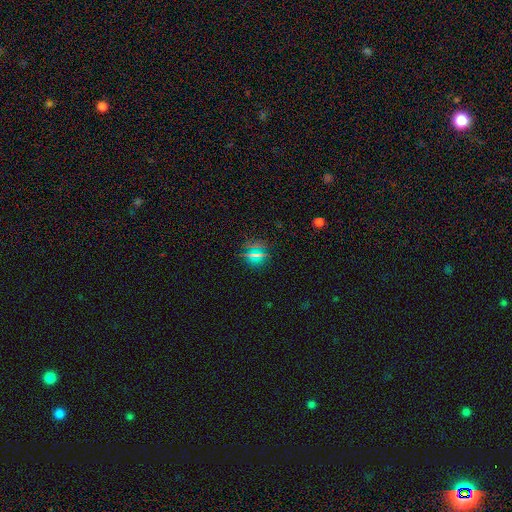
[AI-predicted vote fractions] Q: Smooth or featured?
A: smooth (51%); runner-up: star or artifact (37%)
Q: How rounded?
A: round (69%); runner-up: in between (20%)
Q: Merging?
A: none (84%); runner-up: minor disturbance (10%)